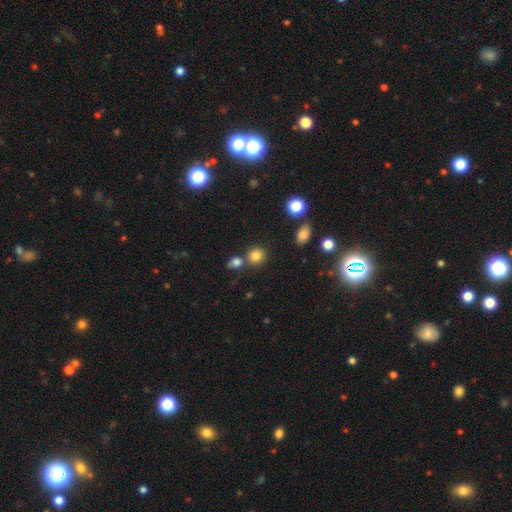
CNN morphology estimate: This appears to be a smooth galaxy with no disk features (82%) that is round (85%). Merging: none (71%).